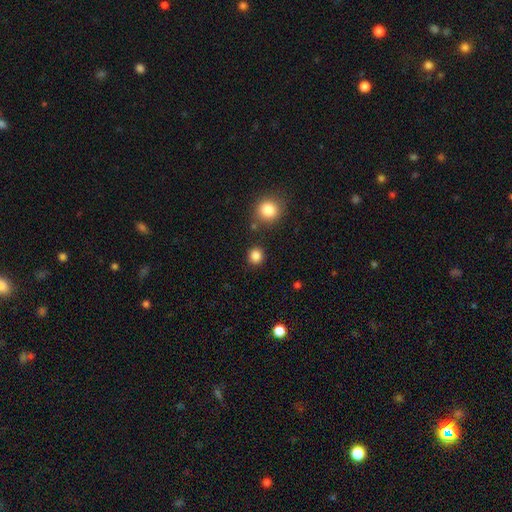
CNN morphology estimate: This is clearly a smooth galaxy (85%). How rounded: clearly round (88%). Merging: clearly none (86%).